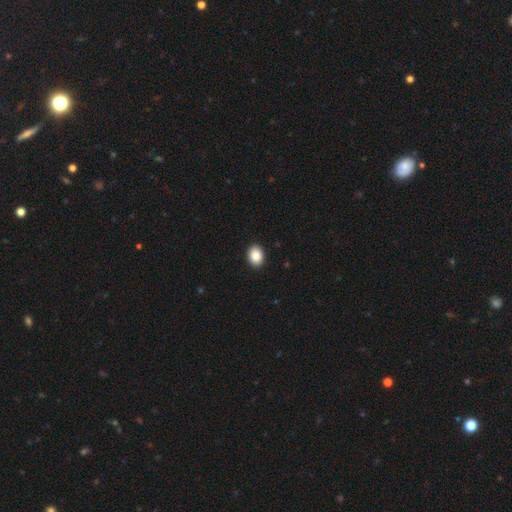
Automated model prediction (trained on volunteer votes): smooth_or_featured: smooth (p=0.87) [alt: star or artifact p=0.08]
how_rounded: in between (p=0.65) [alt: round p=0.34]
merging: none (p=0.92) [alt: minor disturbance p=0.05]